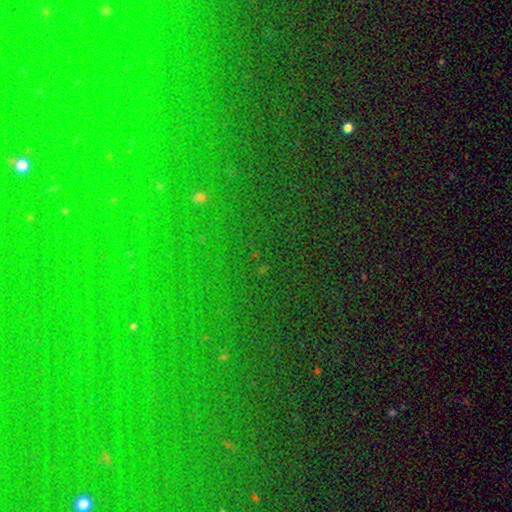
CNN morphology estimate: smooth_or_featured: star or artifact (p=0.73) [alt: smooth p=0.18]